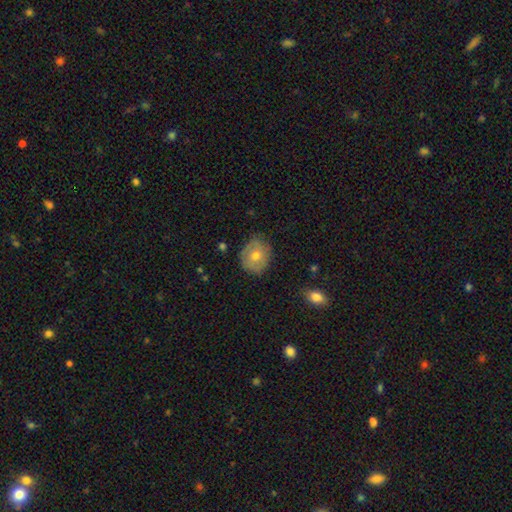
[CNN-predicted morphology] Smooth or featured? Predicted: smooth (p=0.56). How rounded? Predicted: round (p=0.66). Merging? Predicted: none (p=0.76).